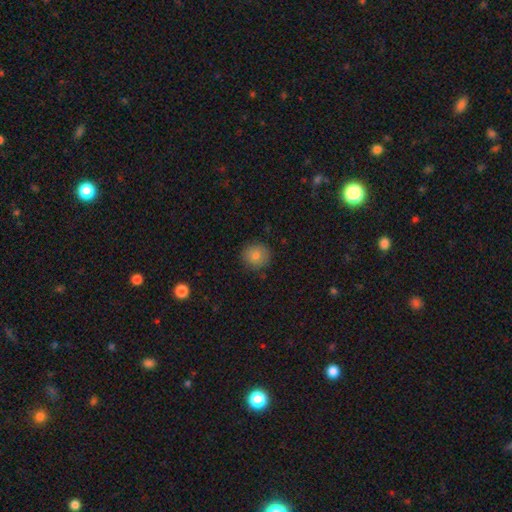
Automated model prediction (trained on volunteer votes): A smooth galaxy with no disk features (81%) that is round (90%).

Vote fractions:
- Smooth or featured? smooth: 81% / star or artifact: 11% / featured or disk: 8%
- How rounded? round: 90% / in between: 9% / cigar-shaped: 1%
- Merging? none: 89% / minor disturbance: 8% / major disturbance: 2% / merger: 1%